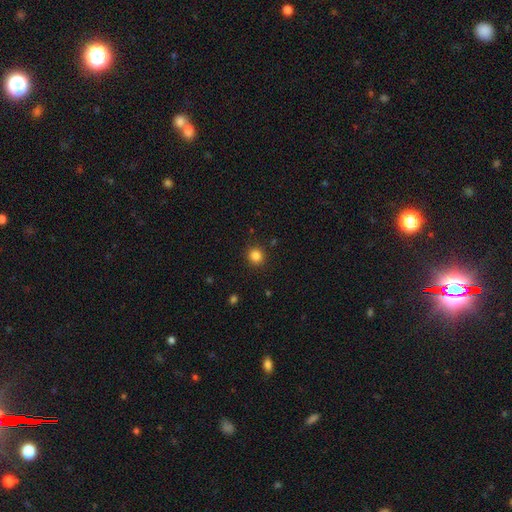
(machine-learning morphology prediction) This is clearly a smooth galaxy (84%). How rounded: clearly round (89%). Merging: clearly none (90%).